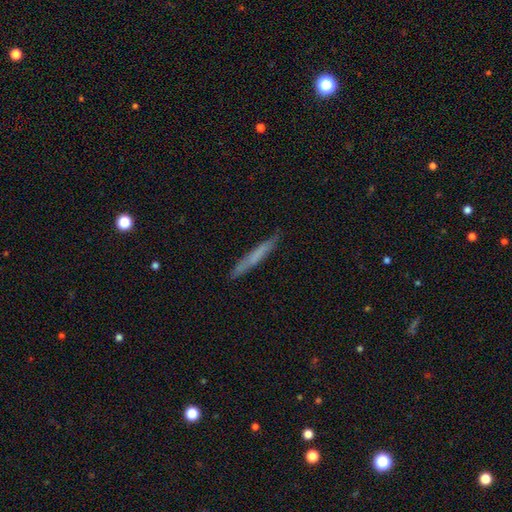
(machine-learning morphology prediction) smooth-or-featured: smooth: 61% | featured or disk: 33% | star or artifact: 6%
  how-rounded: cigar-shaped: 96% | in between: 3% | round: 1%
  merging: none: 88% | minor disturbance: 10% | major disturbance: 2% | merger: 1%